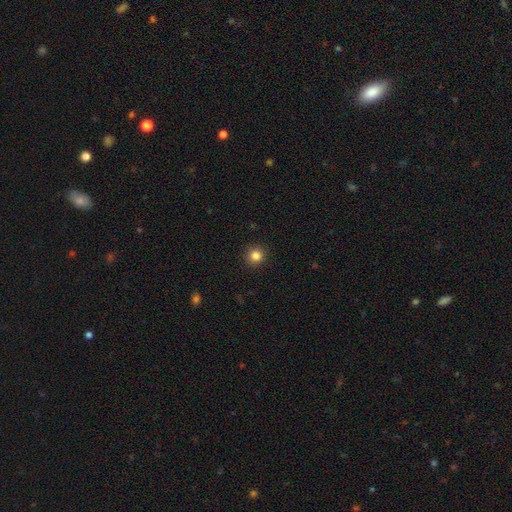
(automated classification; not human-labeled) Q: Smooth or featured?
A: smooth (84%); runner-up: star or artifact (12%)
Q: How rounded?
A: round (94%); runner-up: in between (5%)
Q: Merging?
A: none (91%); runner-up: minor disturbance (6%)